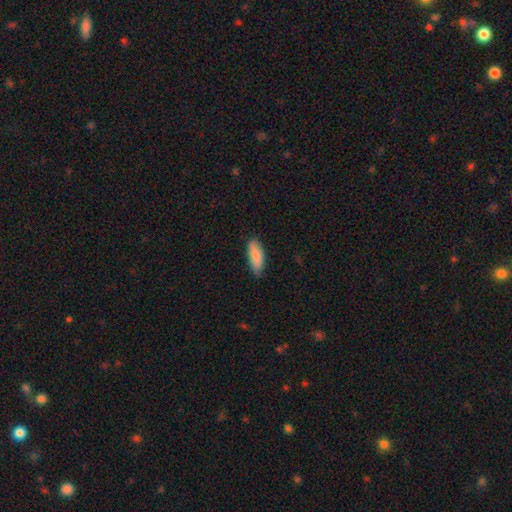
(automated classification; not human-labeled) The model was most divided on "how rounded": in between: 72%, cigar-shaped: 26%, round: 2%. More confident: smooth or featured — smooth (87%); merging — none (76%).